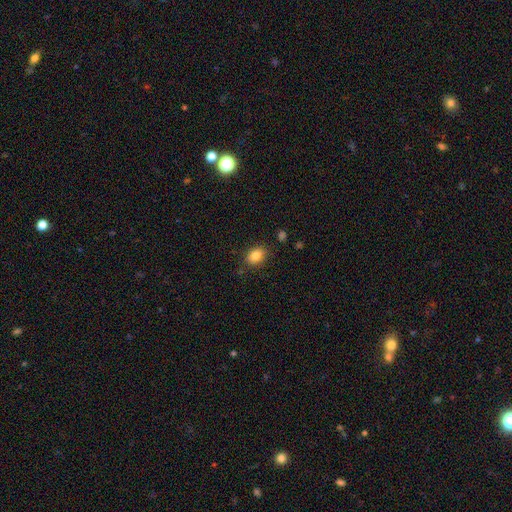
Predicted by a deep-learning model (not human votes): smooth 84%, star or artifact 9%, featured or disk 7%. Down the decision tree: how rounded — in between (73%); merging — none (83%).